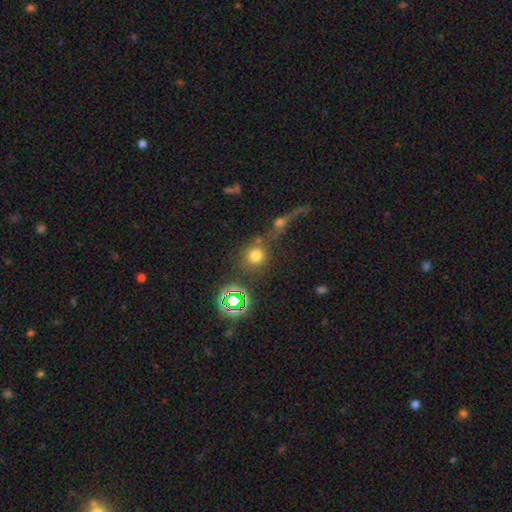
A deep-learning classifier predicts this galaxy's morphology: Smooth or featured: smooth — 70% (star or artifact — 22%)
How rounded: round — 90% (in between — 9%)
Merging: none — 65% (merger — 18%)